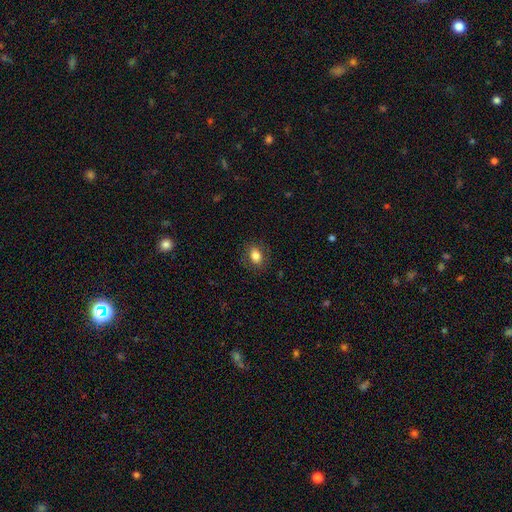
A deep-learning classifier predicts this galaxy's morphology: This appears to be a smooth galaxy with no disk features (82%) that is in between round and cigar-shaped (70%). Merging: none (85%).